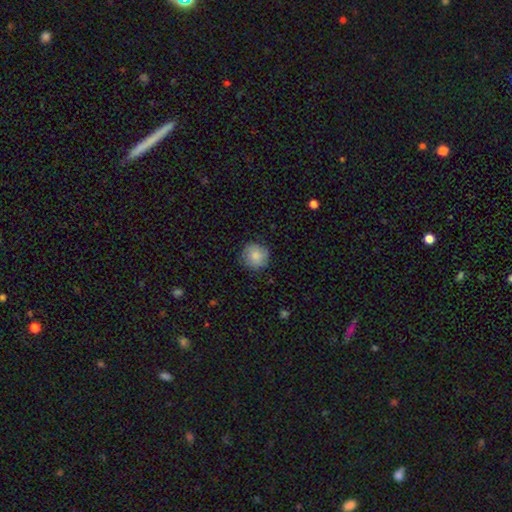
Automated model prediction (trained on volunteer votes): Smooth or featured?
  - smooth: 83% *
  - featured or disk: 10%
  - star or artifact: 7%
How rounded?
  - round: 93% *
  - in between: 6%
  - cigar-shaped: 1%
Merging?
  - none: 81% *
  - minor disturbance: 15%
  - major disturbance: 3%
  - merger: 1%